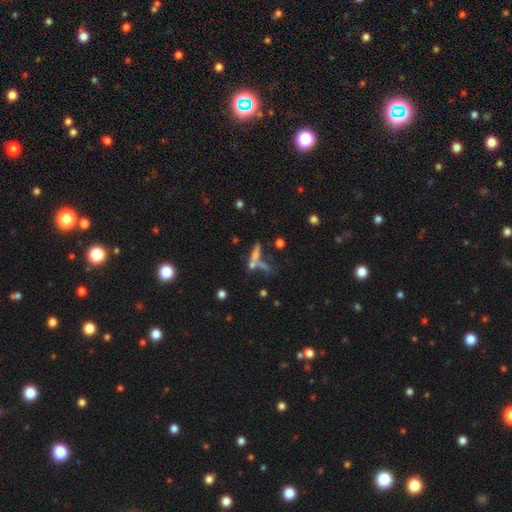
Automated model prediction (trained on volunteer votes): Q: Smooth or featured?
A: smooth (45%); runner-up: featured or disk (40%)
Q: Merging?
A: none (47%); runner-up: merger (33%)